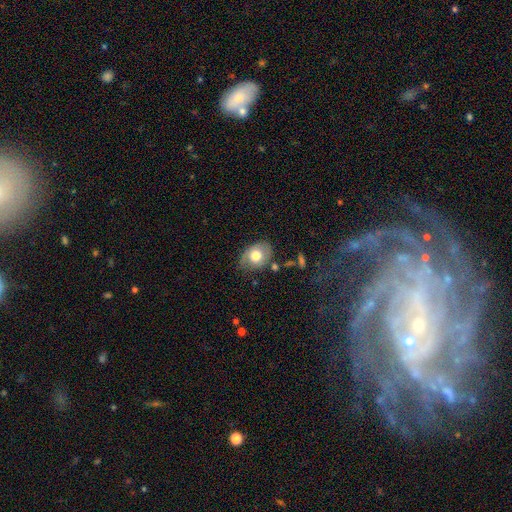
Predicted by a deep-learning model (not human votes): This appears to be a smooth galaxy with no disk features (65%) that is in between round and cigar-shaped (67%). Merging: none (66%).